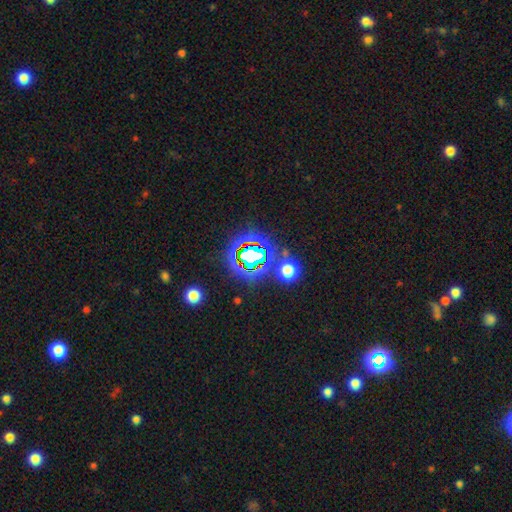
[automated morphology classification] This appears to be a star or artifact, not a galaxy (74%).